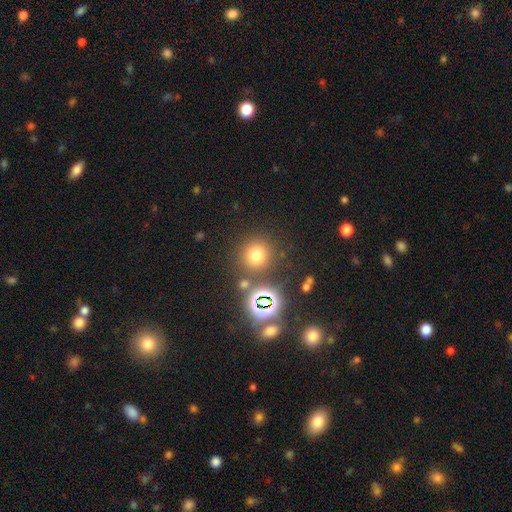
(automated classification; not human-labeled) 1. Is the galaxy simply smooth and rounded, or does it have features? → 69% smooth, 24% star or artifact, 8% featured or disk.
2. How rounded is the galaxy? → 90% round, 9% in between, 1% cigar-shaped.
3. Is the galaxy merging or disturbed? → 78% none, 9% merger, 9% minor disturbance, 4% major disturbance.